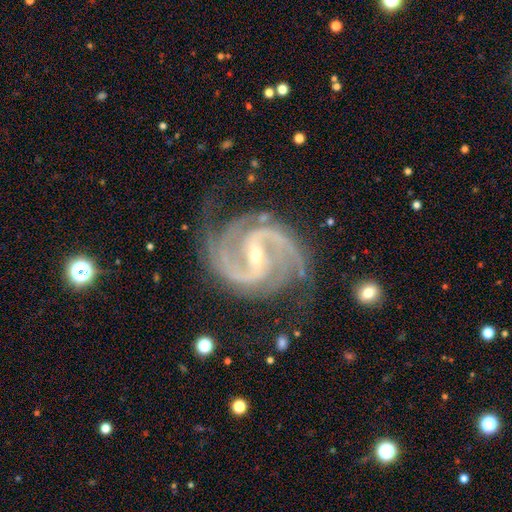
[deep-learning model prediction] A featured or disk galaxy (94%) with a strong bar (47%), 2 (78%) medium (58%) spiral arms (99%) and a small central bulge (64%).

Vote fractions:
- Smooth or featured? featured or disk: 94% / star or artifact: 4% / smooth: 2%
- Edge-on disk? no: 98% / yes: 2%
- Bar? strong: 47% / weak: 37% / no: 16%
- Spiral arms? yes: 99% / no: 1%
- Spiral winding? medium: 58% / tight: 32% / loose: 10%
- Spiral arm count? 2: 78% / 3: 11% / 4: 3% / can't tell: 3% / more than 4: 3% / 1: 3%
- Bulge size? small: 64% / moderate: 33% / large: 1% / none: 1% / dominant: 1%
- Merging? none: 74% / minor disturbance: 18% / major disturbance: 7% / merger: 2%